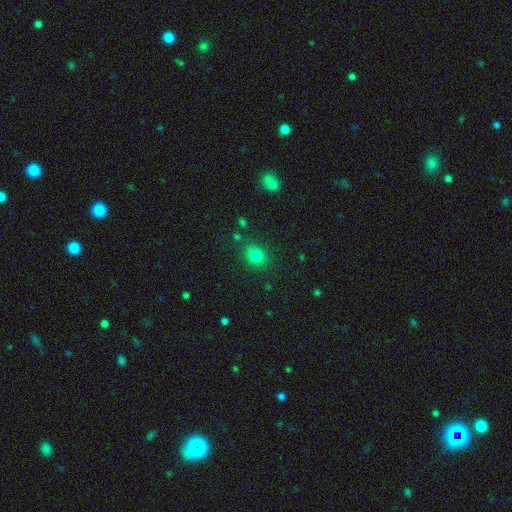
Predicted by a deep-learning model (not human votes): Morphology: type=smooth (80%); roundness=round (74%); merging=none (82%).